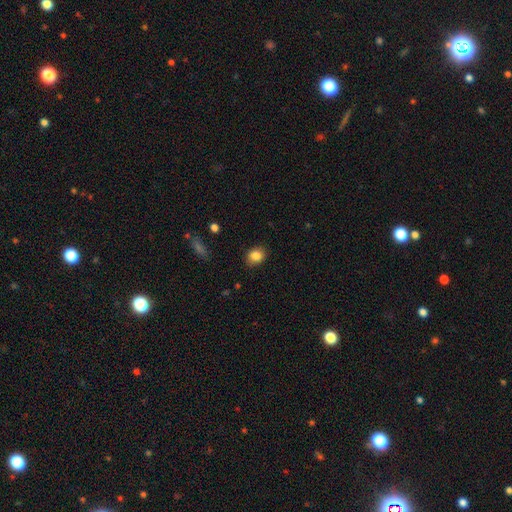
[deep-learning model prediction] smooth 85%, star or artifact 9%, featured or disk 6%. Down the decision tree: how rounded — round (57%); merging — none (85%).